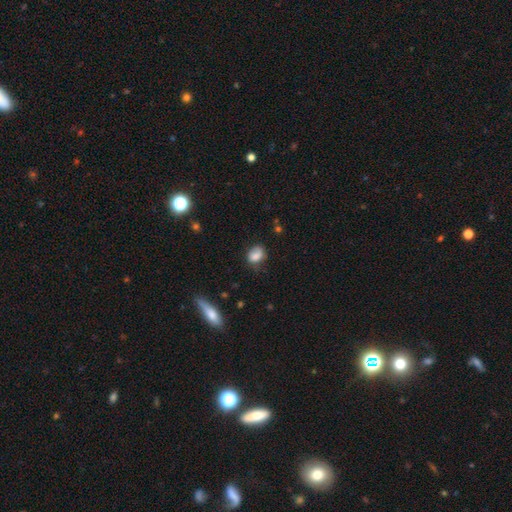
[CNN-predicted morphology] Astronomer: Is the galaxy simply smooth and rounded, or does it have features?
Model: smooth — 78%.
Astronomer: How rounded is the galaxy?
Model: in between — 59% (runner-up: round, 39%).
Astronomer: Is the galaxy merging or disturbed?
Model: none — 57%.